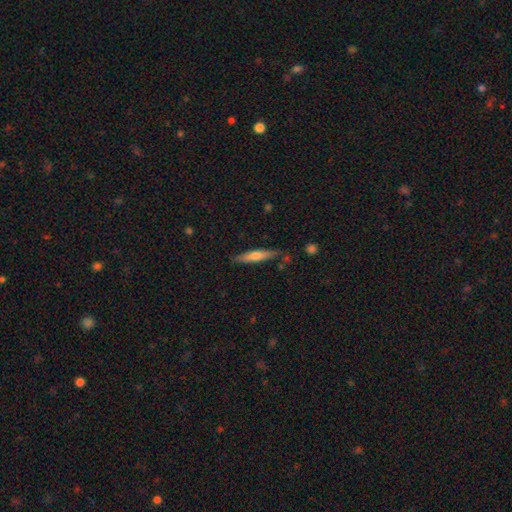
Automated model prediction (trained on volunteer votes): Smooth or featured: smooth — 55% (featured or disk — 39%)
How rounded: cigar-shaped — 89% (in between — 10%)
Merging: none — 83% (minor disturbance — 12%)